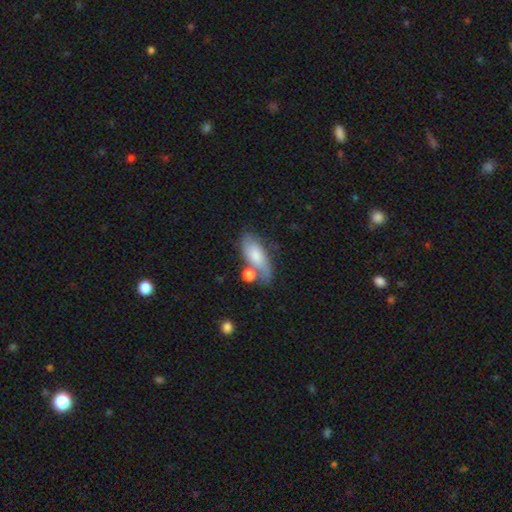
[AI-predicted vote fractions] A smooth galaxy with no disk features (60%) that is in between round and cigar-shaped (81%). Merging: none (44%).